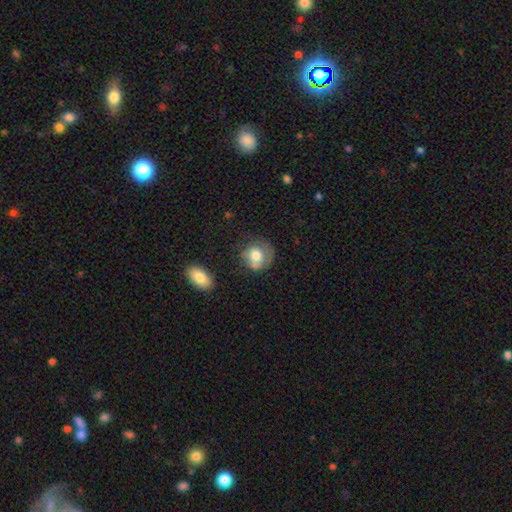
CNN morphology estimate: This is likely a smooth galaxy (69%). How rounded: likely round (77%). Merging: possibly none (50%).